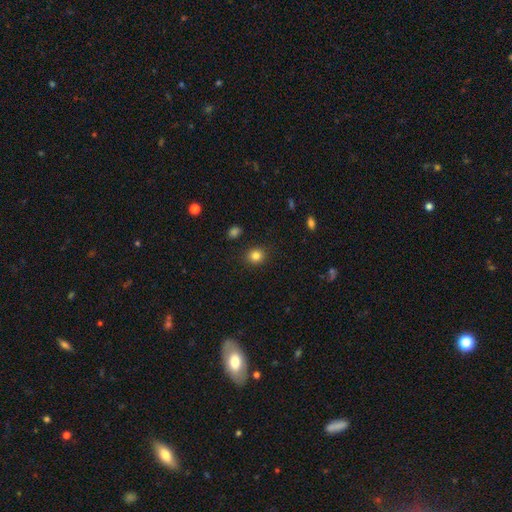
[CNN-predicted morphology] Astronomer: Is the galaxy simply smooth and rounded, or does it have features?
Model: smooth — 84%.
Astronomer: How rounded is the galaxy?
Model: round — 82%.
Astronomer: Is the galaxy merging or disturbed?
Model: none — 89%.